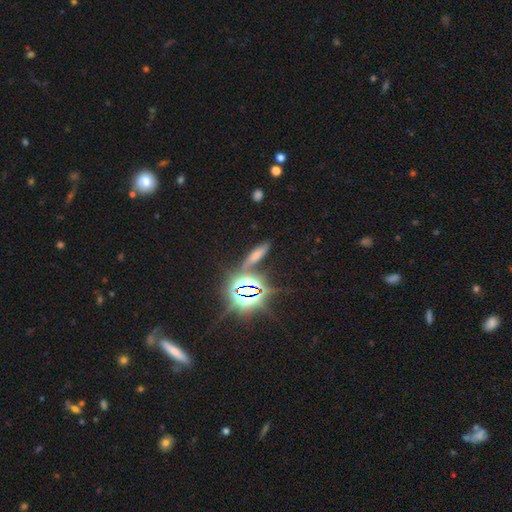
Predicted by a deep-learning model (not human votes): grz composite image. It shows a smooth galaxy with no disk features (49%). Merging: none (71%).